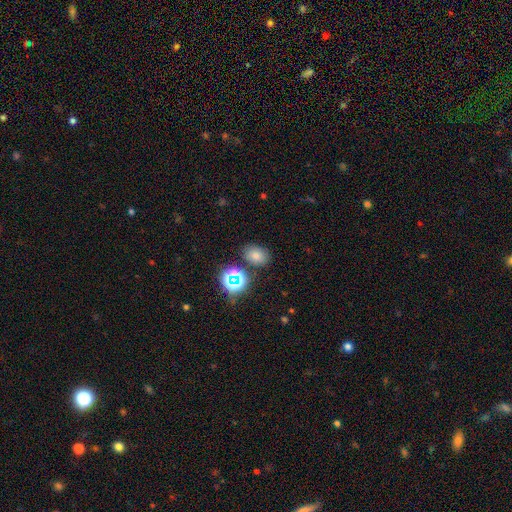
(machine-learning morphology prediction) type=smooth (66%); roundness=in between (63%); merging=none (79%).